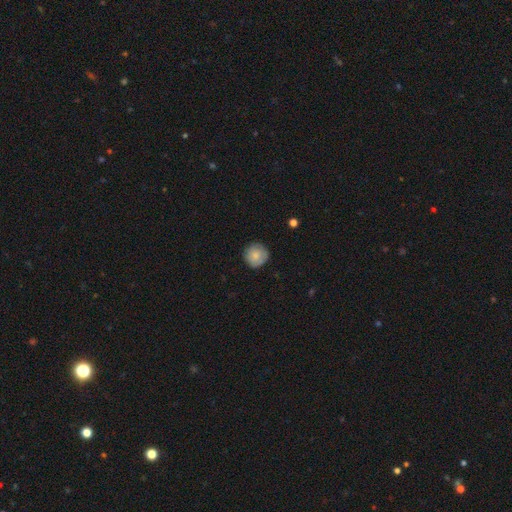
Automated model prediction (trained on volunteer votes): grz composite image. It shows a smooth galaxy with no disk features (80%) that is round (95%). Merging: none (84%).